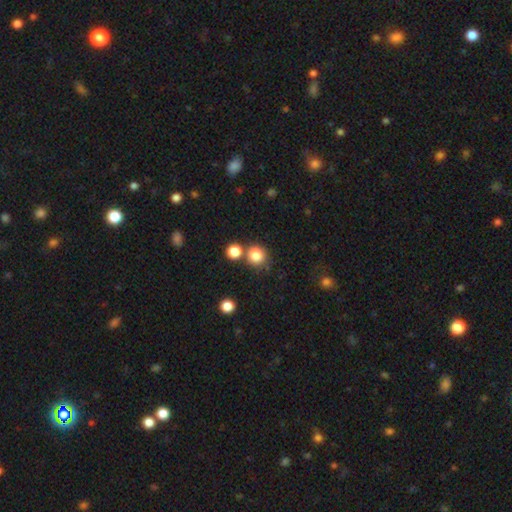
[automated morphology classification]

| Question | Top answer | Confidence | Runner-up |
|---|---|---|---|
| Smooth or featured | smooth | 83% | star or artifact (12%) |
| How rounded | round | 84% | in between (15%) |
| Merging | none | 63% | merger (20%) |